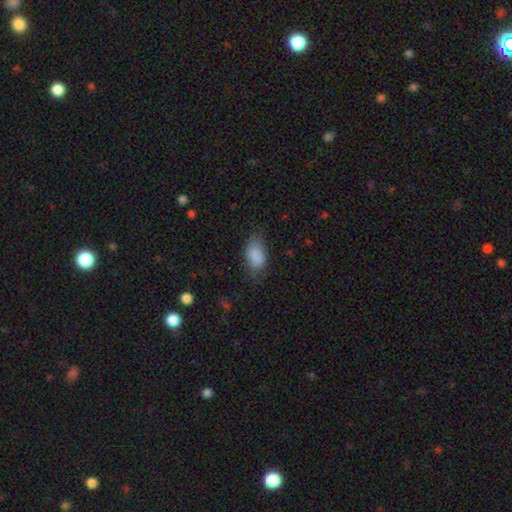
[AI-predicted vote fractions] smooth_or_featured: smooth (p=0.85) [alt: featured or disk p=0.08]
how_rounded: in between (p=0.92) [alt: round p=0.05]
merging: none (p=0.60) [alt: minor disturbance p=0.28]